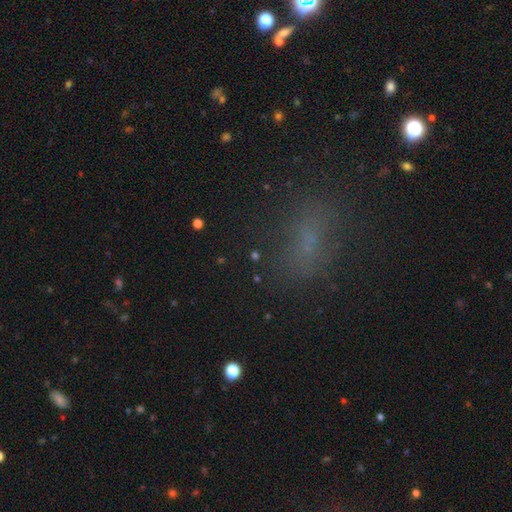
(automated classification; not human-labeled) Smooth or featured? Predicted: smooth (p=0.41, tied with star or artifact). Merging? Predicted: none (p=0.64).